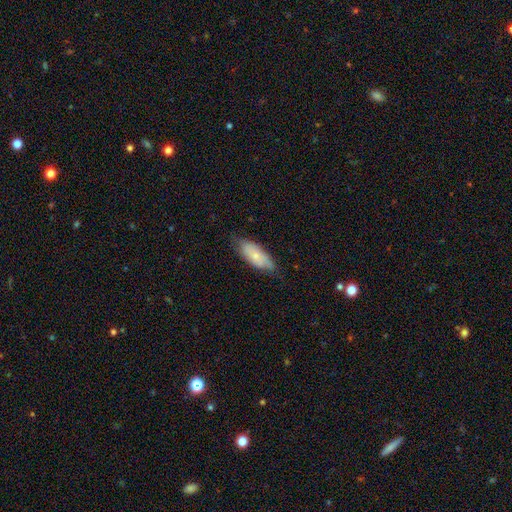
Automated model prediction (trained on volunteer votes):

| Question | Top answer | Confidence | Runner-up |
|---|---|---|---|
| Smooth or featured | smooth | 62% | featured or disk (31%) |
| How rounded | in between | 81% | cigar-shaped (17%) |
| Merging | none | 66% | minor disturbance (27%) |